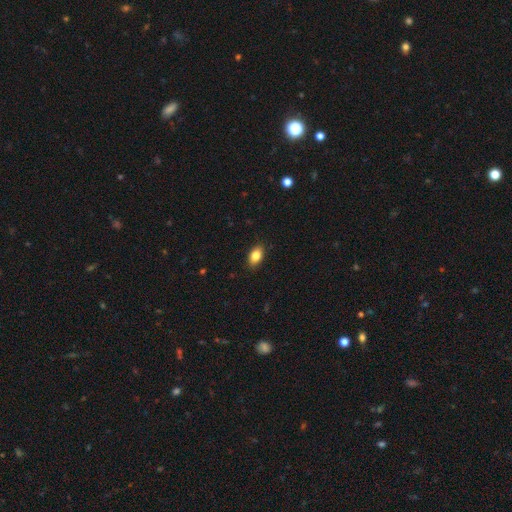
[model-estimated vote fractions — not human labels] A smooth galaxy with no disk features (84%) that is in between round and cigar-shaped (88%). Merging: none (88%).